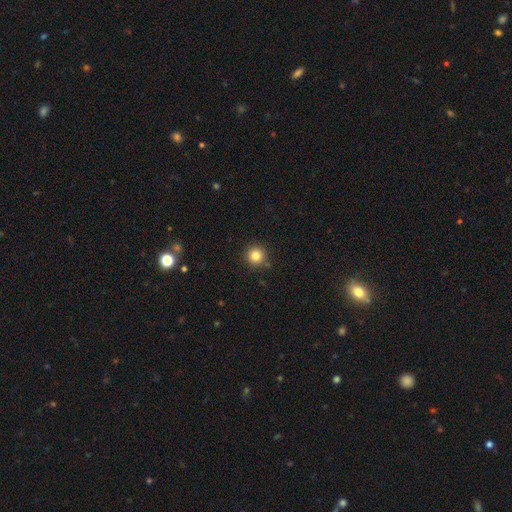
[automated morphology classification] This appears to be a smooth galaxy with no disk features (83%) that is round (95%). Merging: none (89%).